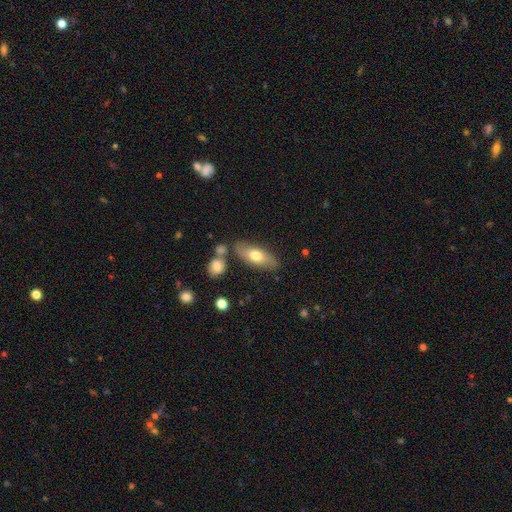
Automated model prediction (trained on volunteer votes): Q: Smooth or featured?
A: smooth (67%); runner-up: featured or disk (27%)
Q: How rounded?
A: in between (77%); runner-up: cigar-shaped (20%)
Q: Merging?
A: none (74%); runner-up: minor disturbance (14%)